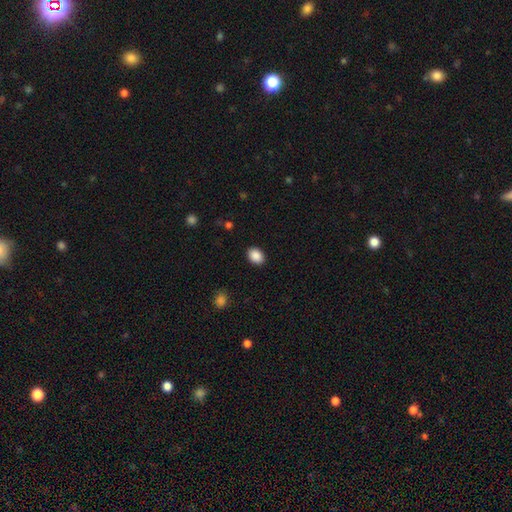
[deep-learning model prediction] Smooth or featured?
  - smooth: 89% *
  - star or artifact: 8%
  - featured or disk: 3%
How rounded?
  - in between: 74% *
  - round: 25%
  - cigar-shaped: 1%
Merging?
  - none: 89% *
  - minor disturbance: 7%
  - major disturbance: 2%
  - merger: 1%